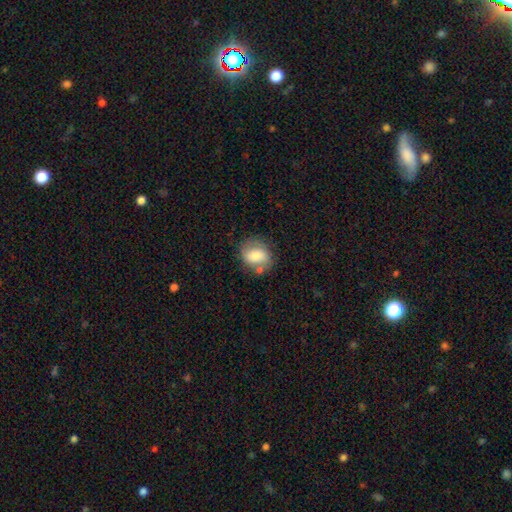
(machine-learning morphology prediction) Smooth or featured? Predicted: smooth (p=0.68). How rounded? Predicted: round (p=0.53). Merging? Predicted: none (p=0.63).